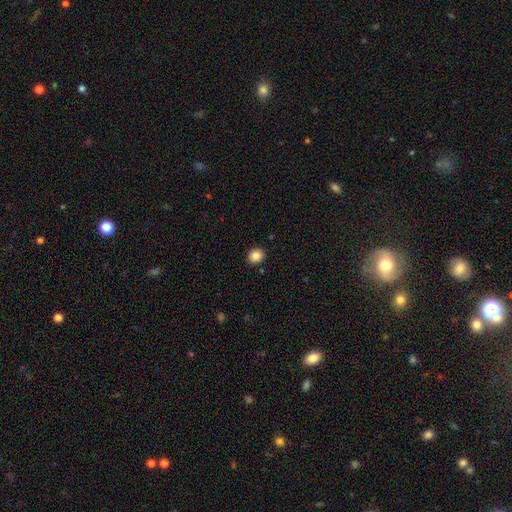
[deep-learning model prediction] smooth 85%, star or artifact 10%, featured or disk 5%. Down the decision tree: how rounded — round (78%); merging — none (91%).